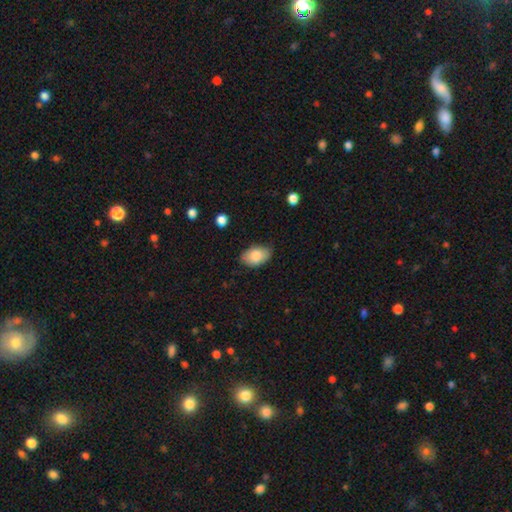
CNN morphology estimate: Smooth or featured?
  - smooth: 84% *
  - featured or disk: 10%
  - star or artifact: 7%
How rounded?
  - in between: 90% *
  - round: 9%
  - cigar-shaped: 1%
Merging?
  - none: 77% *
  - minor disturbance: 19%
  - major disturbance: 3%
  - merger: 1%